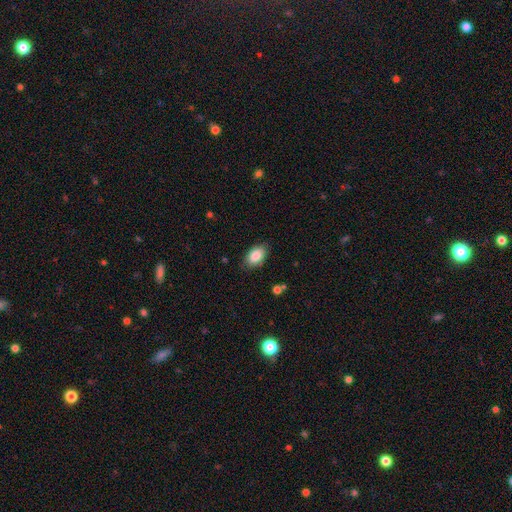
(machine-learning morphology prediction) Smooth or featured: smooth — 86% (star or artifact — 7%)
How rounded: in between — 92% (round — 7%)
Merging: none — 82% (minor disturbance — 14%)